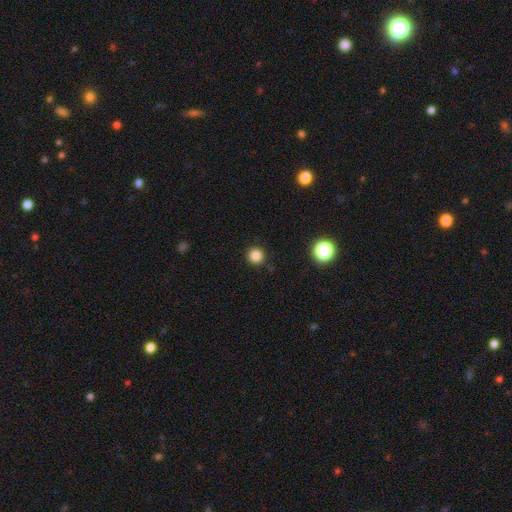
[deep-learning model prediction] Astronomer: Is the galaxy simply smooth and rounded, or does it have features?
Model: smooth — 84%.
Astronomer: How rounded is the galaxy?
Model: round — 95%.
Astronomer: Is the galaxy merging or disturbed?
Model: none — 91%.